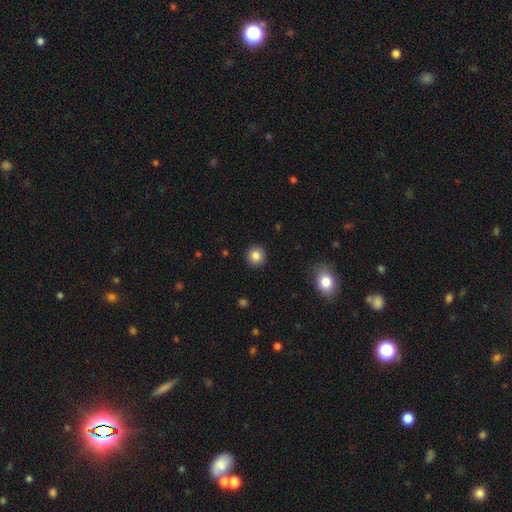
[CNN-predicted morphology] Smooth or featured: smooth — 85% (star or artifact — 10%)
How rounded: round — 92% (in between — 8%)
Merging: none — 91% (minor disturbance — 6%)